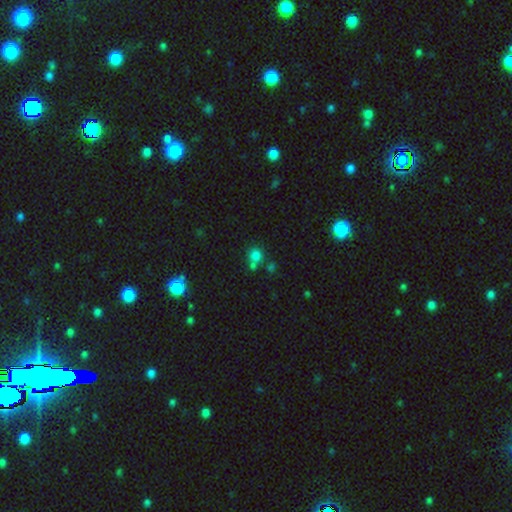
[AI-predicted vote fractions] smooth-or-featured: smooth: 75% | star or artifact: 18% | featured or disk: 7%
  how-rounded: round: 88% | in between: 11% | cigar-shaped: 1%
  merging: none: 58% | merger: 28% | minor disturbance: 9% | major disturbance: 4%